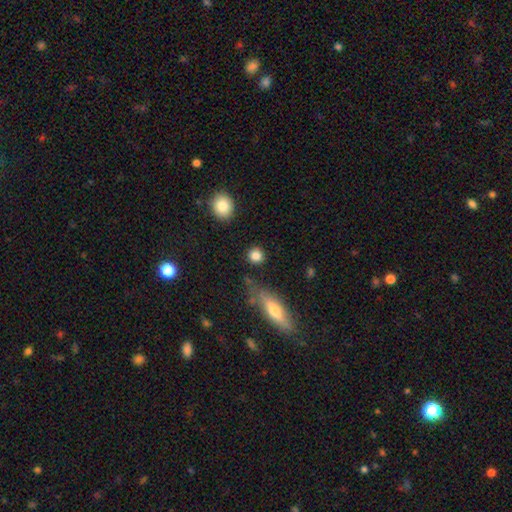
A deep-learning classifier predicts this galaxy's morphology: Smooth or featured? smooth (85%)
How rounded? round (89%)
Merging? none (85%)